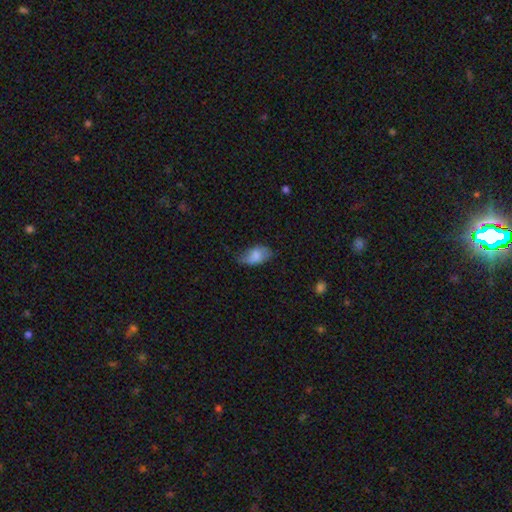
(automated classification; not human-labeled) Smooth or featured: smooth — 76% (featured or disk — 16%)
How rounded: in between — 93% (round — 5%)
Merging: none — 48% (minor disturbance — 38%)